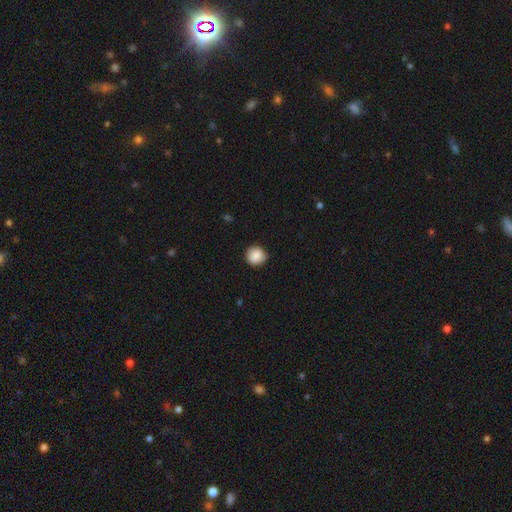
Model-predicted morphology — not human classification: smooth-or-featured: smooth: 88% | star or artifact: 8% | featured or disk: 4%
  how-rounded: round: 92% | in between: 7% | cigar-shaped: 1%
  merging: none: 88% | minor disturbance: 9% | major disturbance: 2% | merger: 1%